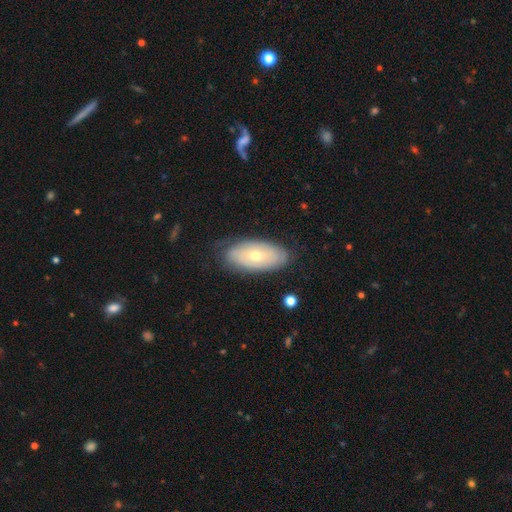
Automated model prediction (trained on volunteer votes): This appears to be a smooth galaxy with no disk features (47%, tied with featured or disk). Merging: none (79%).